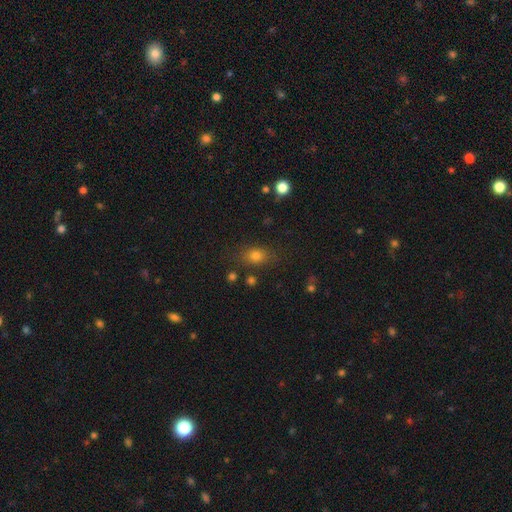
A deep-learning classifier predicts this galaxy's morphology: This appears to be a smooth galaxy with no disk features (75%) that is in between round and cigar-shaped (62%). Merging: none (79%).